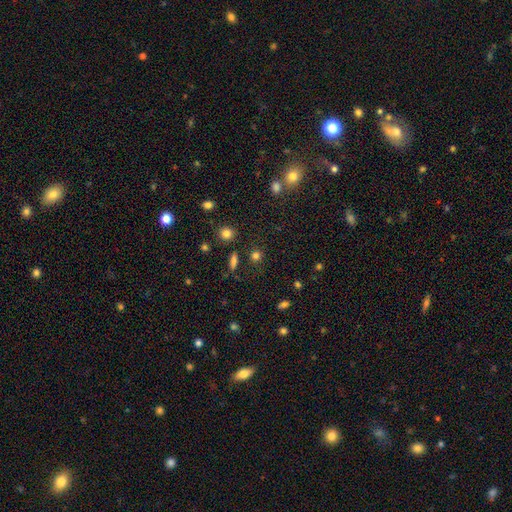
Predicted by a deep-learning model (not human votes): Smooth or featured? Predicted: smooth (p=0.77). How rounded? Predicted: round (p=0.80). Merging? Predicted: none (p=0.84).